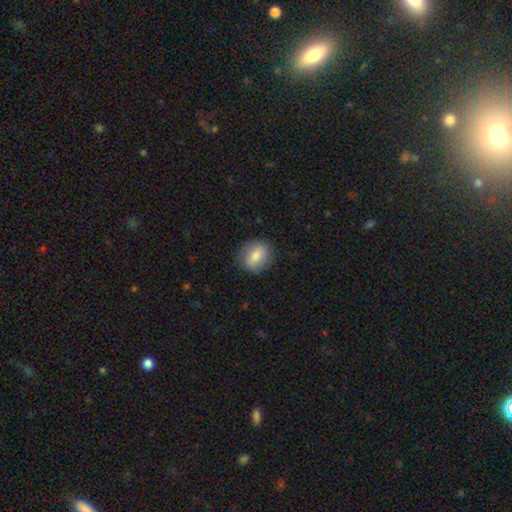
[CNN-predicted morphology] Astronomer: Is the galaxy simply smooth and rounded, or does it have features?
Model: smooth — 75%.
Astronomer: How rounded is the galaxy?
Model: round — 62%.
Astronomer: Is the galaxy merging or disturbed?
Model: none — 84%.